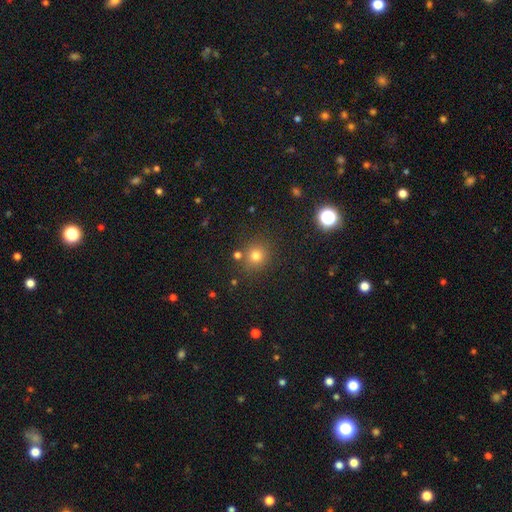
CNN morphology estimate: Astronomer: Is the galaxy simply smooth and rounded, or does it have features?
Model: smooth — 75%.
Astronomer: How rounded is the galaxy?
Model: round — 89%.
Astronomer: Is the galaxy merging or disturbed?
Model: none — 82%.